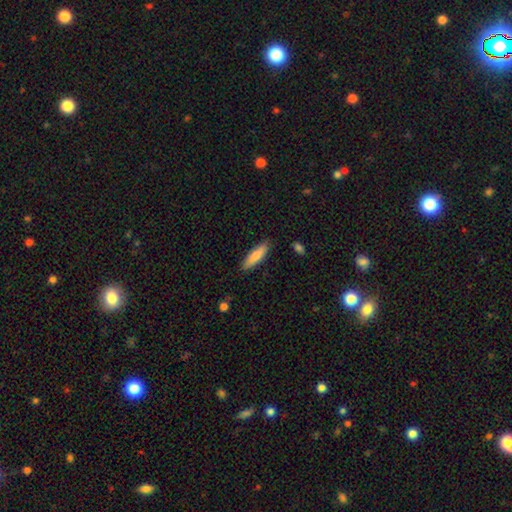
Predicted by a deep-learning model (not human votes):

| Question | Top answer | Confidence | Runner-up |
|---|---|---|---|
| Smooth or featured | smooth | 82% | featured or disk (12%) |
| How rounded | cigar-shaped | 64% | in between (34%) |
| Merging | none | 87% | minor disturbance (10%) |